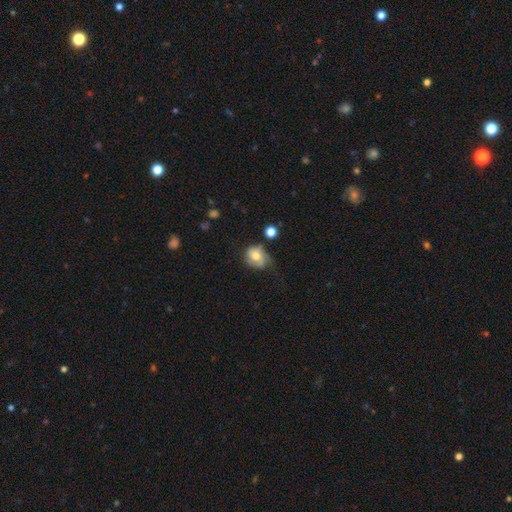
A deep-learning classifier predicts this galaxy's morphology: This is possibly a smooth galaxy (60%). How rounded: possibly round (59%). Merging: marginally none (41%).